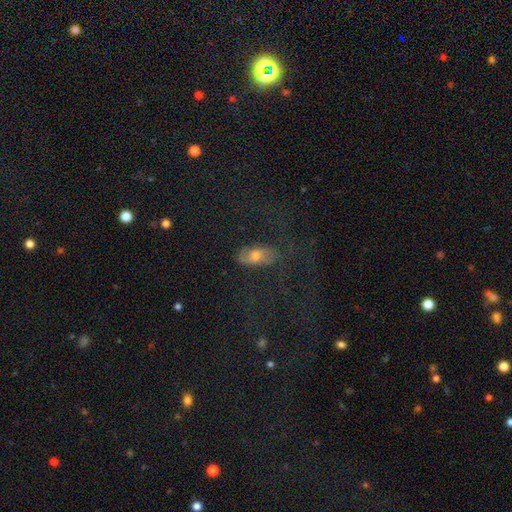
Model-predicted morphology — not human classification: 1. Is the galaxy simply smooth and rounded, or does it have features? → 45% smooth, 38% featured or disk, 18% star or artifact.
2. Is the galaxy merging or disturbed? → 64% none, 19% minor disturbance, 14% major disturbance, 2% merger.